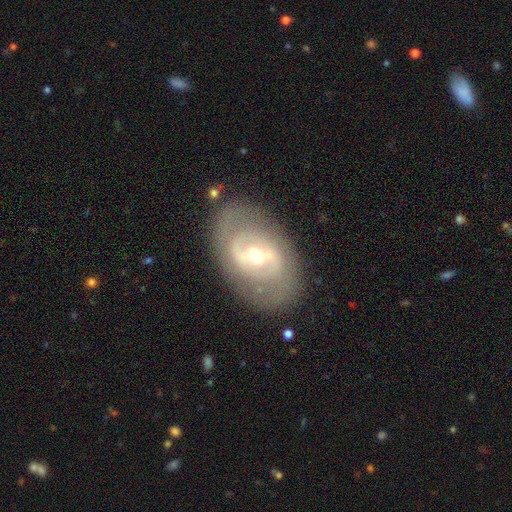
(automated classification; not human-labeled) smooth-or-featured: featured or disk: 79% | smooth: 15% | star or artifact: 6%
  disk-edge-on: no: 95% | yes: 5%
    bar: weak: 45% | strong: 34% | no: 21%
    has-spiral-arms: yes: 73% | no: 27%
      spiral-winding: tight: 48% | medium: 37% | loose: 15%
      spiral-arm-count: 2: 67% | can't tell: 22% | 3: 4% | 1: 3% | 4: 2% | more than 4: 2%
    bulge-size: moderate: 55% | small: 40% | large: 3% | dominant: 1% | none: 1%
  merging: none: 79% | minor disturbance: 13% | major disturbance: 6% | merger: 1%